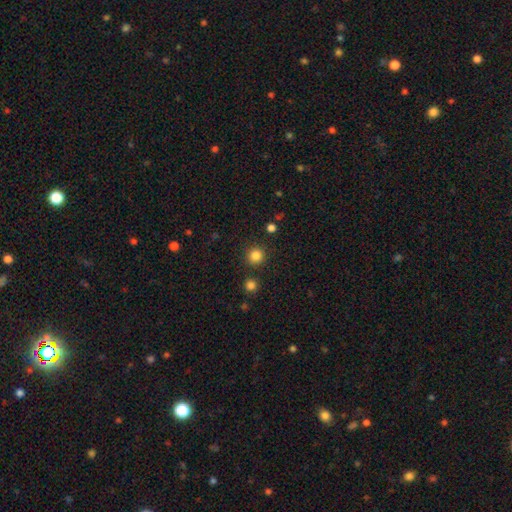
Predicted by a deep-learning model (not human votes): A smooth galaxy with no disk features (83%) that is round (94%).

Vote fractions:
- Smooth or featured? smooth: 83% / star or artifact: 13% / featured or disk: 4%
- How rounded? round: 94% / in between: 5% / cigar-shaped: 1%
- Merging? none: 90% / minor disturbance: 5% / merger: 3% / major disturbance: 2%